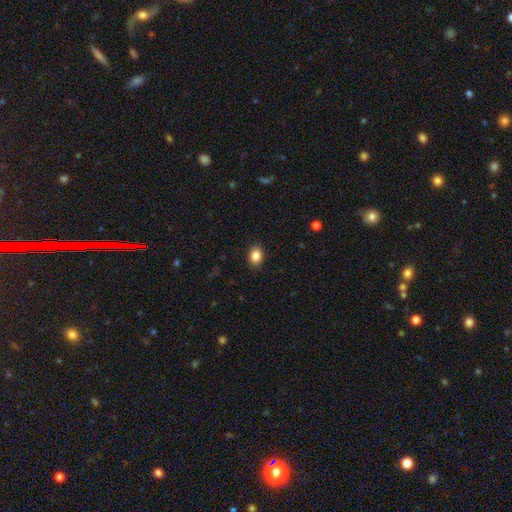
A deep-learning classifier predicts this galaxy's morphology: Overall: smooth (86%). How rounded: in between (68%; round 31%). Merging: none (90%).